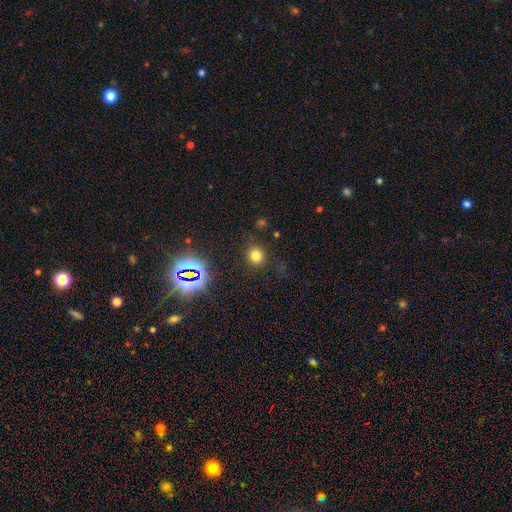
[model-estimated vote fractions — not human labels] Smooth or featured? Predicted: smooth (p=0.73). How rounded? Predicted: round (p=0.87). Merging? Predicted: none (p=0.87).